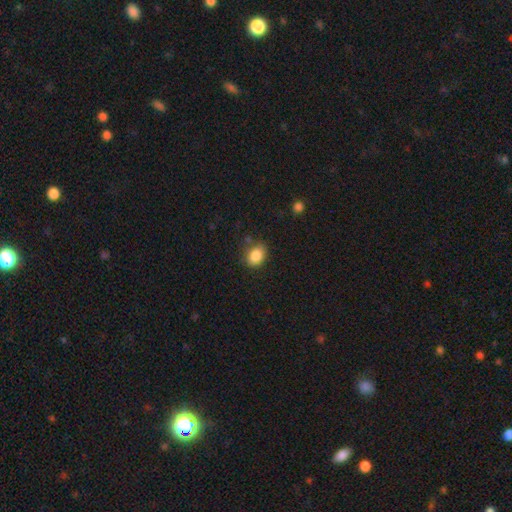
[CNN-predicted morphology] Q: Smooth or featured?
A: smooth (86%); runner-up: star or artifact (9%)
Q: How rounded?
A: in between (63%); runner-up: round (36%)
Q: Merging?
A: none (71%); runner-up: minor disturbance (21%)